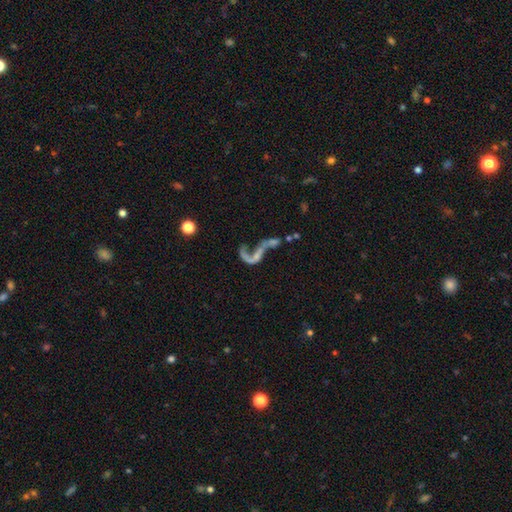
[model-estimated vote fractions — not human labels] smooth_or_featured: featured or disk (p=0.66) [alt: smooth p=0.20]
disk_edge_on: no (p=0.95) [alt: yes p=0.05]
bar: no (p=0.69) [alt: weak p=0.21]
has_spiral_arms: yes (p=0.54) [alt: no p=0.46]
bulge_size: none (p=0.52) [alt: small p=0.32]
merging: merger (p=0.44) [alt: major disturbance p=0.30]